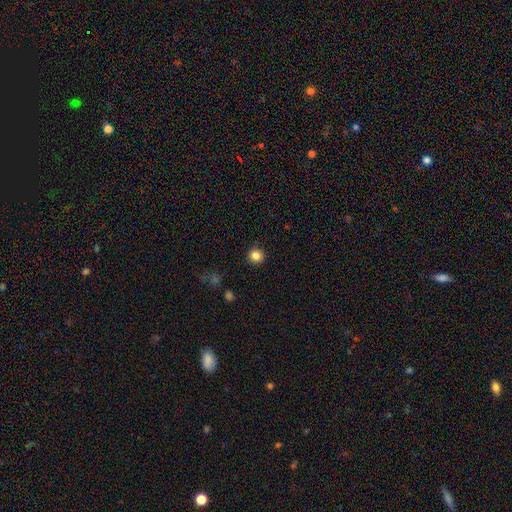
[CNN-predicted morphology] The model was most divided on "smooth or featured": smooth: 84%, star or artifact: 12%, featured or disk: 5%. More confident: how rounded — round (92%); merging — none (91%).